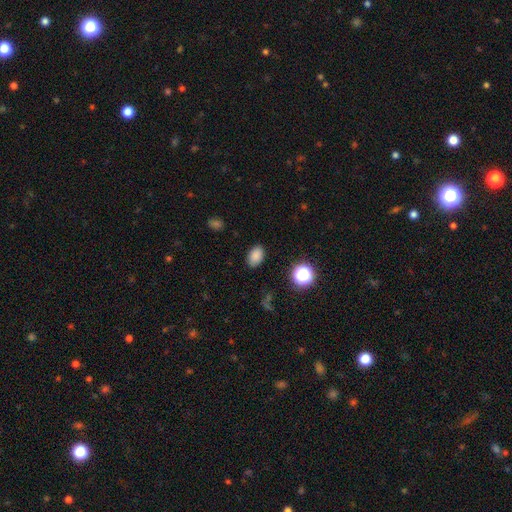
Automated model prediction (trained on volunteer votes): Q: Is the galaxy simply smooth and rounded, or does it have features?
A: smooth — 83%.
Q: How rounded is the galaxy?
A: in between — 86%.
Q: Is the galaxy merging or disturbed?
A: none — 86%.